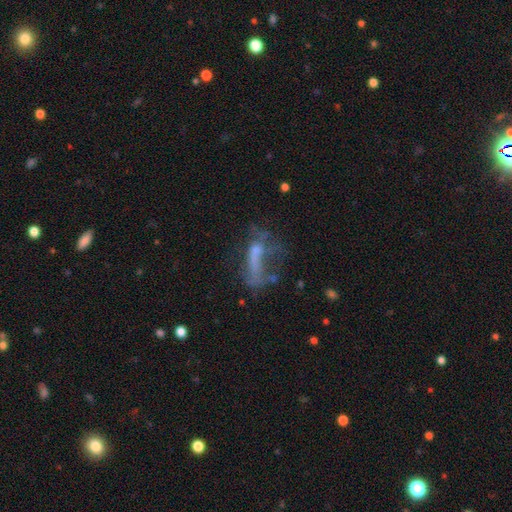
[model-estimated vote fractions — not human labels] featured or disk 46%, smooth 37%, star or artifact 18%. Down the decision tree: merging — major disturbance (43%).